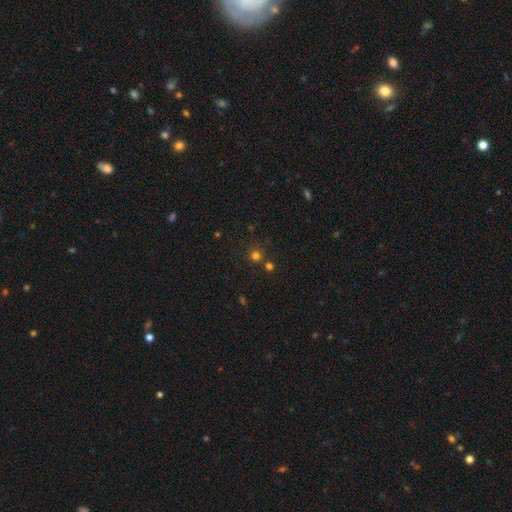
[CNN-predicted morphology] This is likely a smooth galaxy (71%). How rounded: clearly round (93%). Merging: likely none (78%).